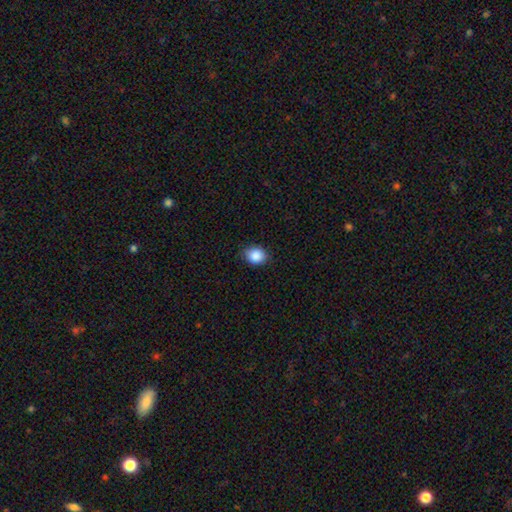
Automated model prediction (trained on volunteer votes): Smooth or featured? smooth (88%)
How rounded? in between (50%)
Merging? none (84%)